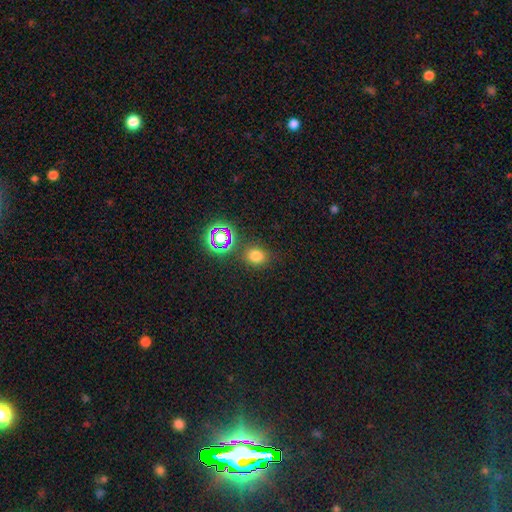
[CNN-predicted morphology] A smooth galaxy with no disk features (70%) that is round (59%).

Vote fractions:
- Smooth or featured? smooth: 70% / star or artifact: 23% / featured or disk: 7%
- How rounded? round: 59% / in between: 40% / cigar-shaped: 1%
- Merging? none: 80% / minor disturbance: 11% / merger: 5% / major disturbance: 4%